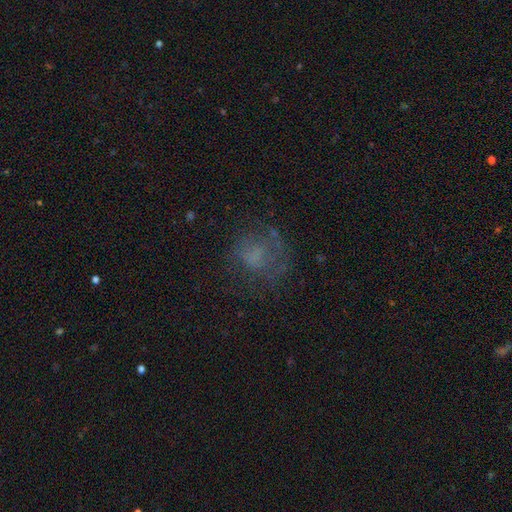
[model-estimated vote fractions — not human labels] Smooth or featured? Predicted: smooth (p=0.44). Merging? Predicted: none (p=0.56).